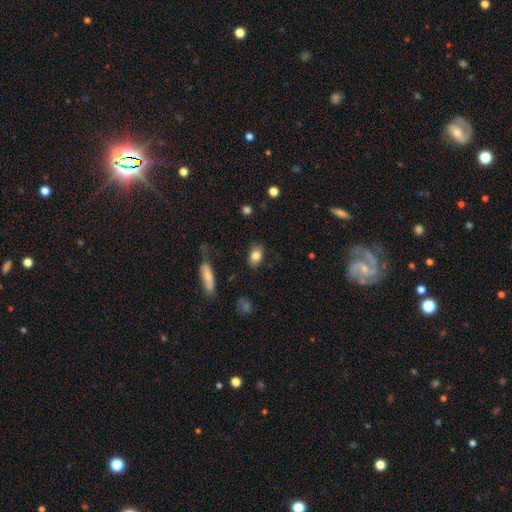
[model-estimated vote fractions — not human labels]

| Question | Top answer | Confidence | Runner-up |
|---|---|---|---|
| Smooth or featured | smooth | 81% | featured or disk (11%) |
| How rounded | in between | 82% | round (15%) |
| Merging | none | 83% | minor disturbance (12%) |